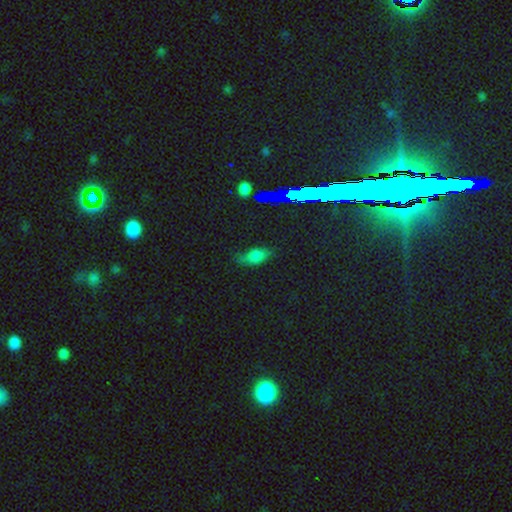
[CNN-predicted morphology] smooth 64%, star or artifact 22%, featured or disk 14%. Down the decision tree: how rounded — in between (78%); merging — none (71%).